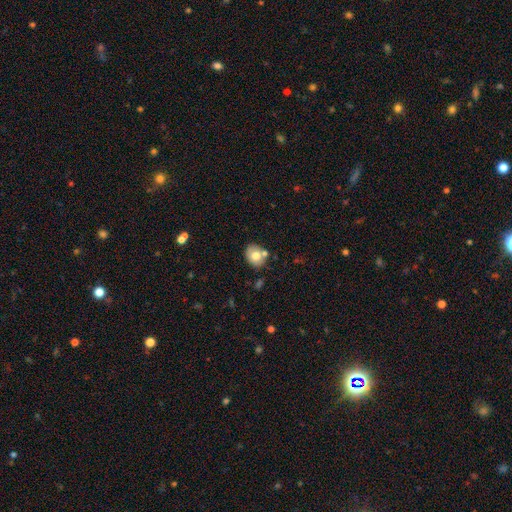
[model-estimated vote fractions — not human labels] smooth 73%, featured or disk 18%, star or artifact 9%. Down the decision tree: how rounded — round (54%); merging — none (67%).